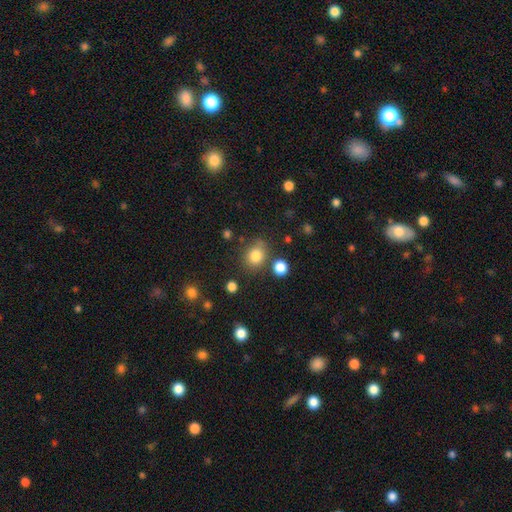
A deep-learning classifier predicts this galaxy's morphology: The model was most divided on "how rounded": round: 71%, in between: 28%, cigar-shaped: 1%. More confident: smooth or featured — smooth (82%); merging — none (74%).